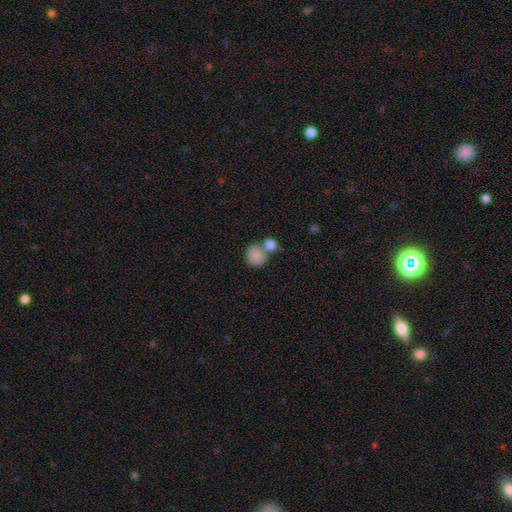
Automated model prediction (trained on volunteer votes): A smooth galaxy with no disk features (85%) that is round (81%). Merging: none (47%).